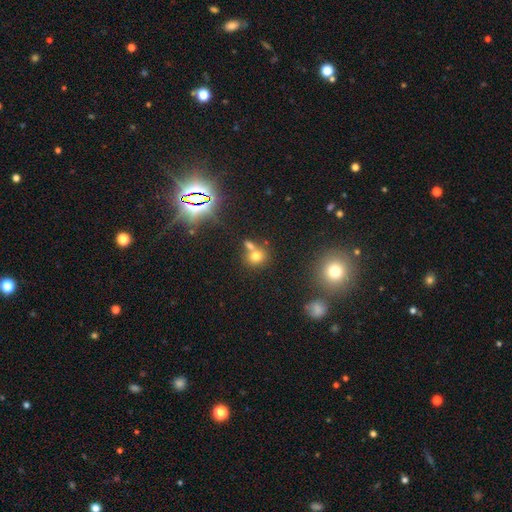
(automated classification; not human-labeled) Morphology: type=smooth (64%); roundness=round (78%); merging=none (50%).